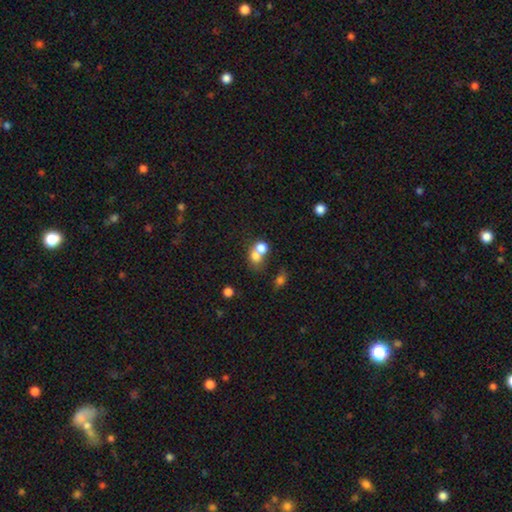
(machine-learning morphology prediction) type=smooth (71%); roundness=round (67%); merging=merger (61%).